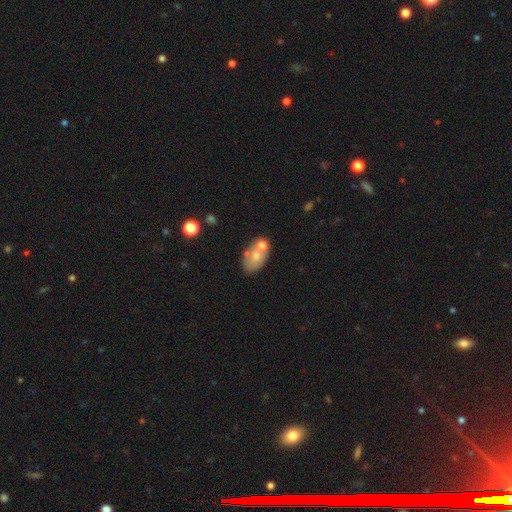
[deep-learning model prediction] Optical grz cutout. It shows a smooth galaxy with no disk features (63%) that is in between round and cigar-shaped (88%). Merging: none (46%).